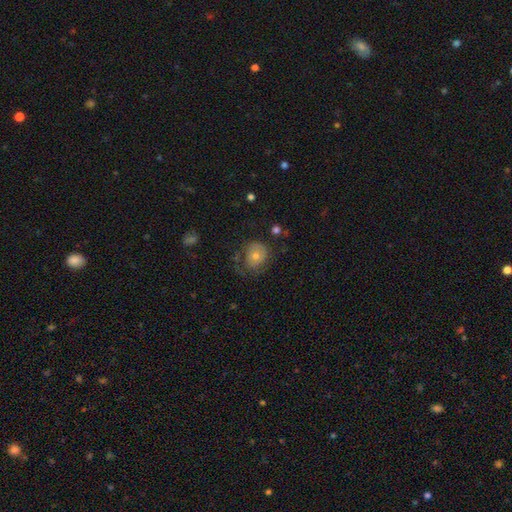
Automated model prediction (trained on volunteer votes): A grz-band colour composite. It shows a smooth galaxy with no disk features (46%). Merging: none (55%).